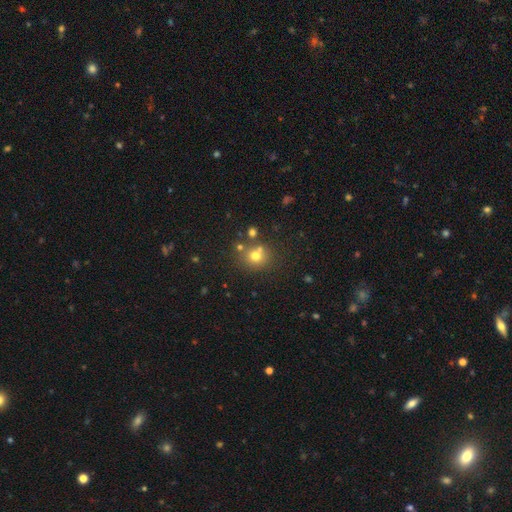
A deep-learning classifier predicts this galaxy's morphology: A smooth galaxy with no disk features (69%) that is round (84%).

Vote fractions:
- Smooth or featured? smooth: 69% / star or artifact: 18% / featured or disk: 12%
- How rounded? round: 84% / in between: 15% / cigar-shaped: 1%
- Merging? none: 66% / merger: 20% / minor disturbance: 10% / major disturbance: 4%